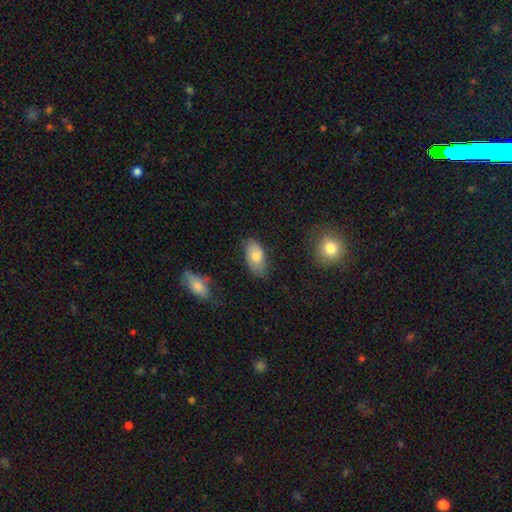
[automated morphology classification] Smooth or featured?
  - smooth: 78% *
  - featured or disk: 15%
  - star or artifact: 7%
How rounded?
  - in between: 93% *
  - round: 4%
  - cigar-shaped: 3%
Merging?
  - none: 72% *
  - minor disturbance: 22%
  - major disturbance: 4%
  - merger: 3%